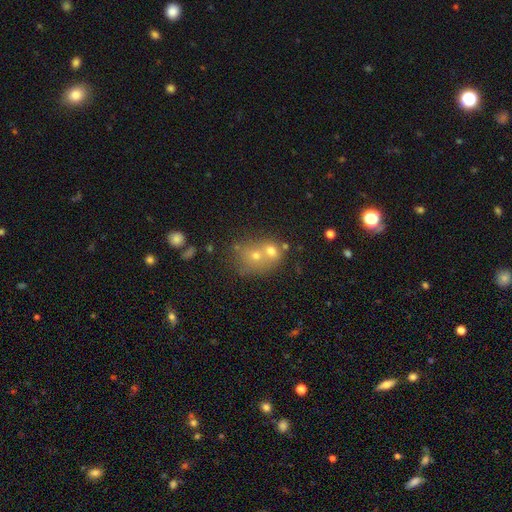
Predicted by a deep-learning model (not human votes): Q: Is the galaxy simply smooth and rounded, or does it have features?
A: smooth — 60%.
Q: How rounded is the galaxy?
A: round — 66%.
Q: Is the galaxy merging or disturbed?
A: merger — 64%.